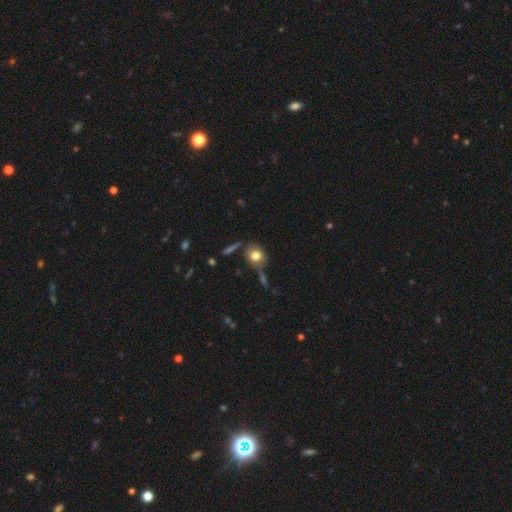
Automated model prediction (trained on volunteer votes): smooth_or_featured: smooth (p=0.74) [alt: featured or disk p=0.16]
how_rounded: round (p=0.67) [alt: in between p=0.31]
merging: none (p=0.64) [alt: minor disturbance p=0.16]